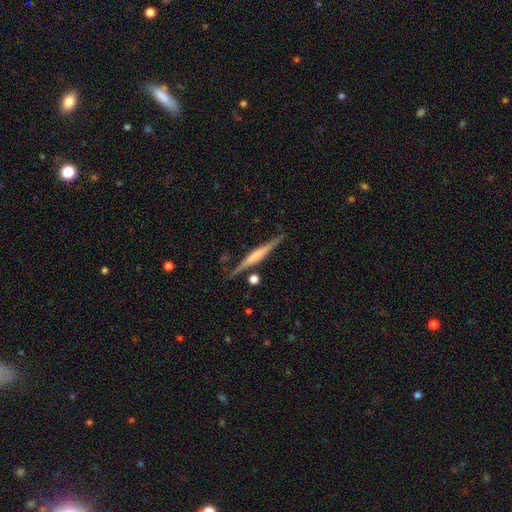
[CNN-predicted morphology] The model was most divided on "edge-on bulge": boxy: 37%, rounded: 34%, none: 30%. More confident: edge-on disk — yes (97%); merging — none (84%); smooth or featured — featured or disk (66%).